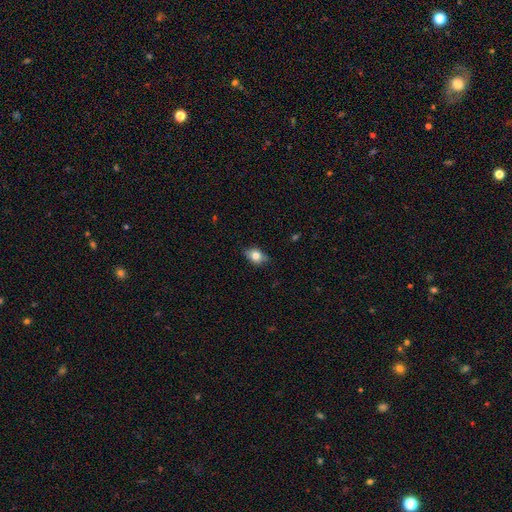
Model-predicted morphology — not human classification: type=smooth (75%); roundness=in between (73%); merging=none (77%).